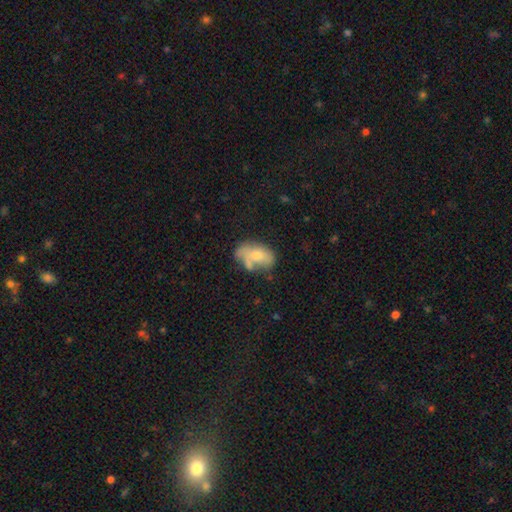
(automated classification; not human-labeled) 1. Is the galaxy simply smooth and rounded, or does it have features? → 62% smooth, 29% featured or disk, 8% star or artifact.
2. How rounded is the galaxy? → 88% in between, 10% round, 2% cigar-shaped.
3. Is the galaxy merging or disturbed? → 36% none, 26% minor disturbance, 23% merger, 14% major disturbance.